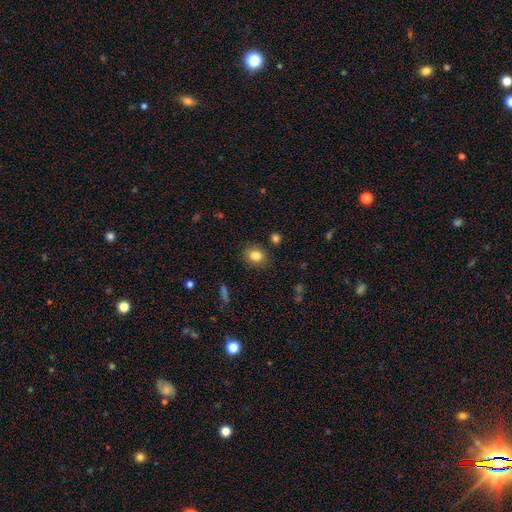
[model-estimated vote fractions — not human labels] Smooth or featured: smooth — 82% (star or artifact — 11%)
How rounded: round — 62% (in between — 37%)
Merging: none — 87% (minor disturbance — 9%)